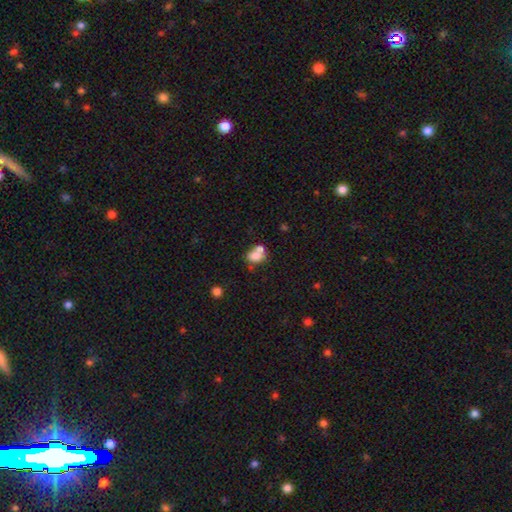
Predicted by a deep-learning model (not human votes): Smooth or featured?
  - smooth: 73% *
  - featured or disk: 17%
  - star or artifact: 11%
How rounded?
  - in between: 63% *
  - round: 36%
  - cigar-shaped: 1%
Merging?
  - merger: 51% *
  - none: 32%
  - minor disturbance: 11%
  - major disturbance: 6%